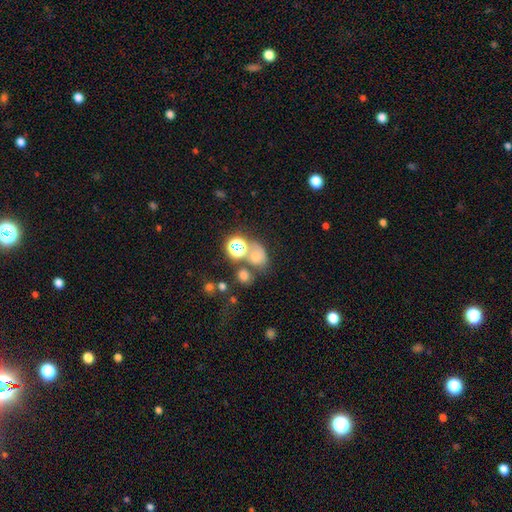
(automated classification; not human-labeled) Smooth or featured: smooth — 60% (star or artifact — 25%)
How rounded: round — 54% (in between — 45%)
Merging: none — 42% (merger — 35%)